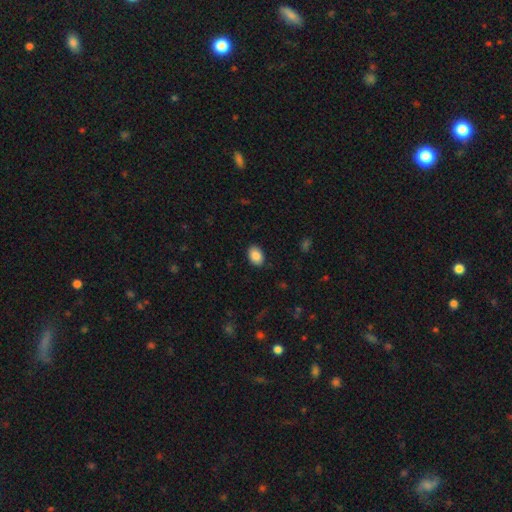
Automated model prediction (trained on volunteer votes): Smooth or featured? Predicted: smooth (p=0.87). How rounded? Predicted: in between (p=0.81). Merging? Predicted: none (p=0.88).